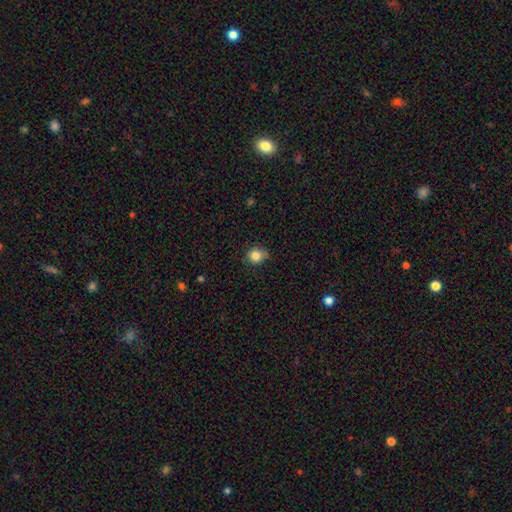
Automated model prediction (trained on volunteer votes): A smooth galaxy with no disk features (84%) that is round (78%).

Vote fractions:
- Smooth or featured? smooth: 84% / star or artifact: 10% / featured or disk: 6%
- How rounded? round: 78% / in between: 21% / cigar-shaped: 1%
- Merging? none: 69% / minor disturbance: 25% / major disturbance: 4% / merger: 2%